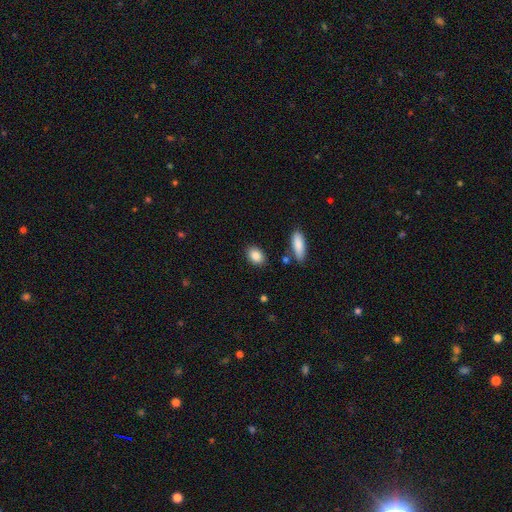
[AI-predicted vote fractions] This is clearly a smooth galaxy (88%). How rounded: likely in between (74%). Merging: clearly none (84%).